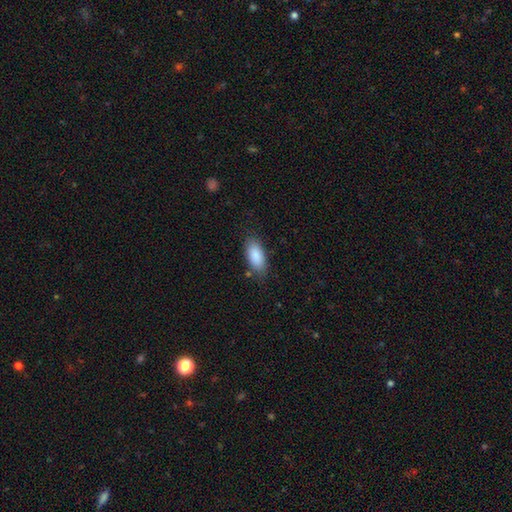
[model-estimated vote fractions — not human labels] smooth-or-featured: smooth: 88% | star or artifact: 6% | featured or disk: 6%
  how-rounded: in between: 90% | cigar-shaped: 8% | round: 2%
  merging: none: 80% | minor disturbance: 15% | major disturbance: 4% | merger: 2%